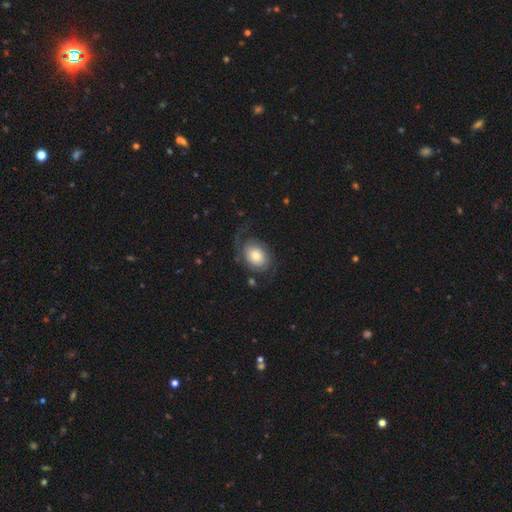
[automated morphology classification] This is possibly a featured or disk galaxy (57%). It is clearly not viewed edge-on (96%). Bar: likely no (78%). Spiral arm pattern: clearly yes (86%). Central bulge: possibly moderate (49%). Merging: likely none (60%).